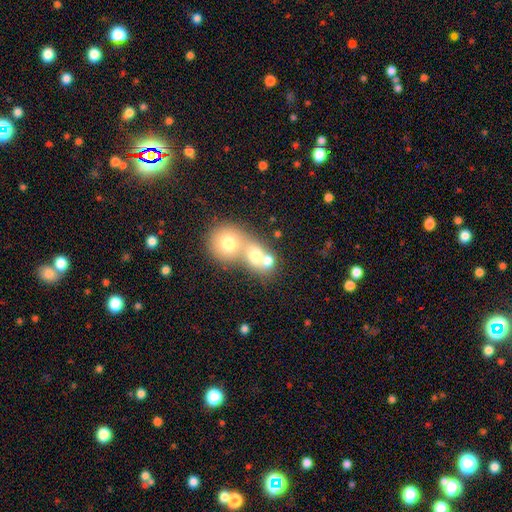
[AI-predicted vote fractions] The model was most divided on "how rounded": round: 71%, in between: 28%, cigar-shaped: 1%. More confident: smooth or featured — smooth (69%); merging — merger (68%).